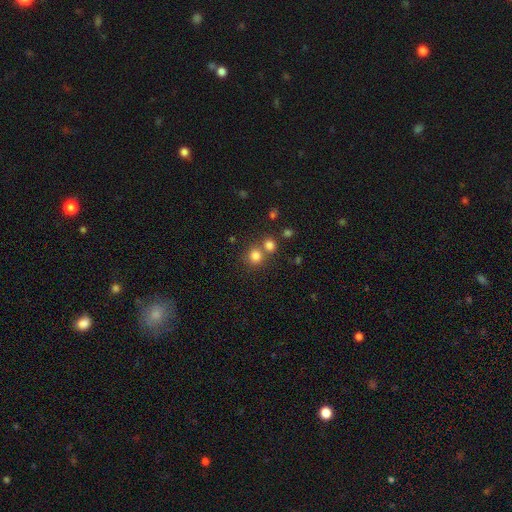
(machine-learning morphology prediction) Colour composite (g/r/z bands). It shows a smooth galaxy with no disk features (78%) that is round (88%). Merging: none (58%).